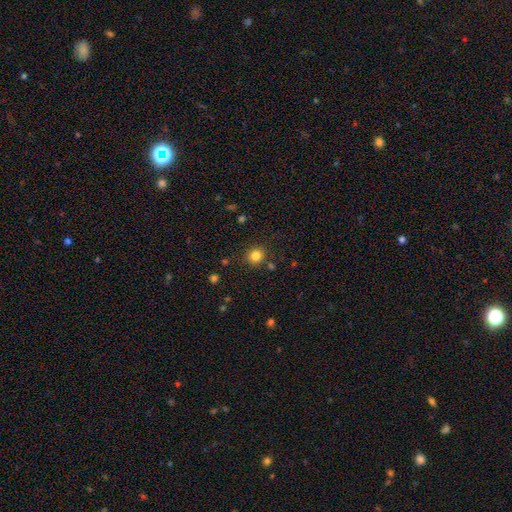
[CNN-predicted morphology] smooth 82%, star or artifact 13%, featured or disk 5%. Down the decision tree: how rounded — round (88%); merging — none (84%).